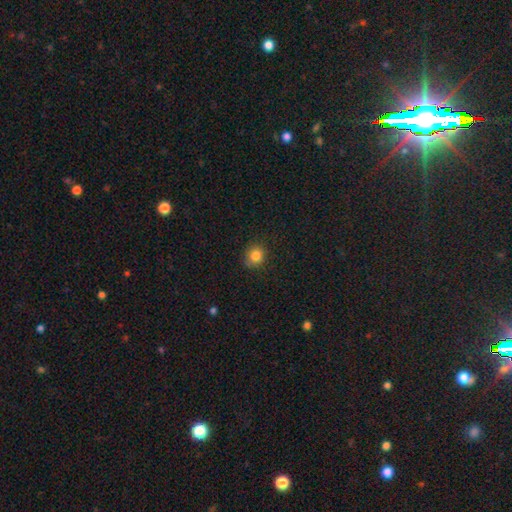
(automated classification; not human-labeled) Smooth or featured: smooth — 83% (star or artifact — 11%)
How rounded: round — 82% (in between — 17%)
Merging: none — 83% (minor disturbance — 13%)